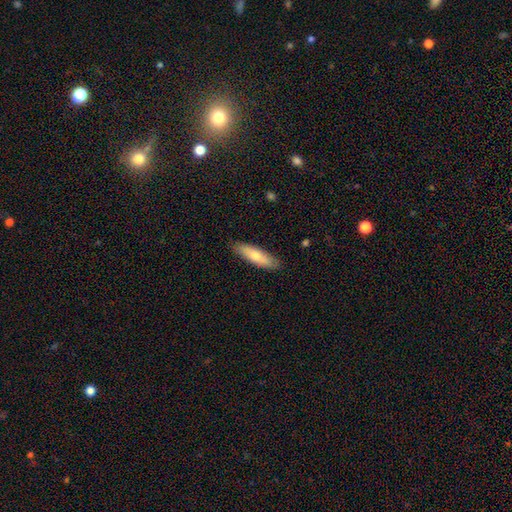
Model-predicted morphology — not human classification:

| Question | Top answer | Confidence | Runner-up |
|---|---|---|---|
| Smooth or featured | smooth | 70% | featured or disk (24%) |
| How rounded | cigar-shaped | 60% | in between (38%) |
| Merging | none | 87% | minor disturbance (10%) |